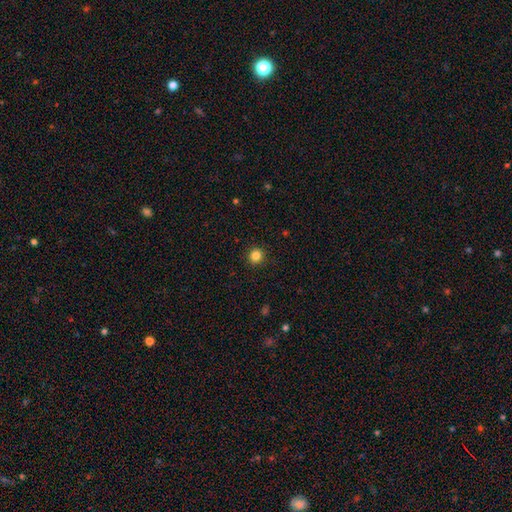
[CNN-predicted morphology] Smooth or featured?
  - smooth: 84% *
  - star or artifact: 12%
  - featured or disk: 4%
How rounded?
  - round: 91% *
  - in between: 8%
  - cigar-shaped: 1%
Merging?
  - none: 91% *
  - minor disturbance: 6%
  - major disturbance: 2%
  - merger: 1%